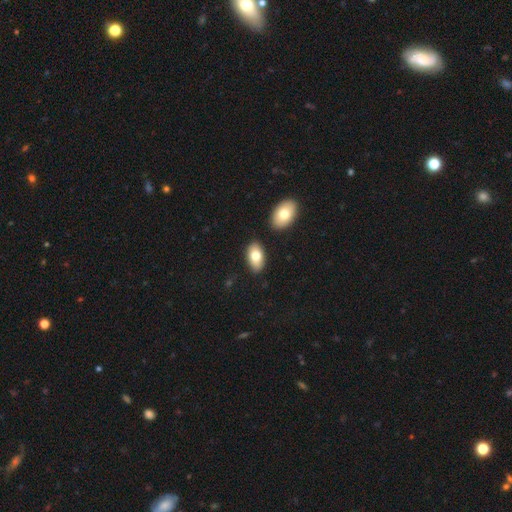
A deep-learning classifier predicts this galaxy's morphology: A smooth galaxy with no disk features (75%) that is in between round and cigar-shaped (95%). Merging: none (81%).